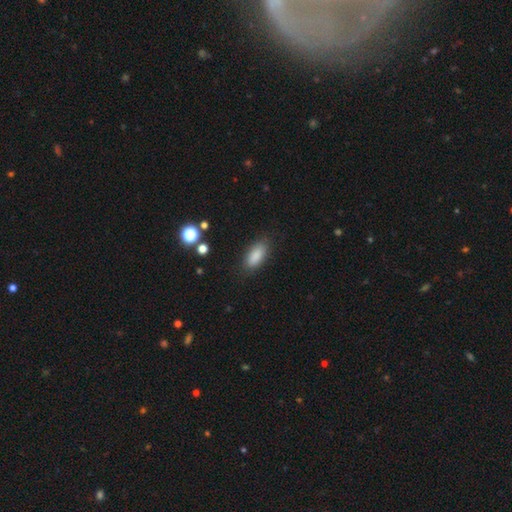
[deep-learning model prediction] Smooth or featured? Predicted: smooth (p=0.87). How rounded? Predicted: in between (p=0.84). Merging? Predicted: none (p=0.84).